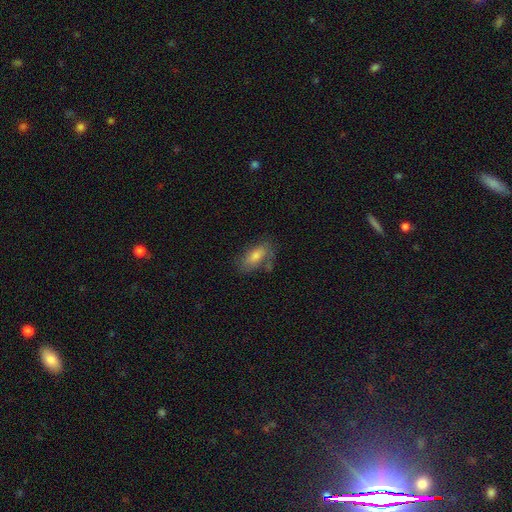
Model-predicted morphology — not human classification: A smooth galaxy with no disk features (69%) that is in between round and cigar-shaped (84%). Merging: none (66%).